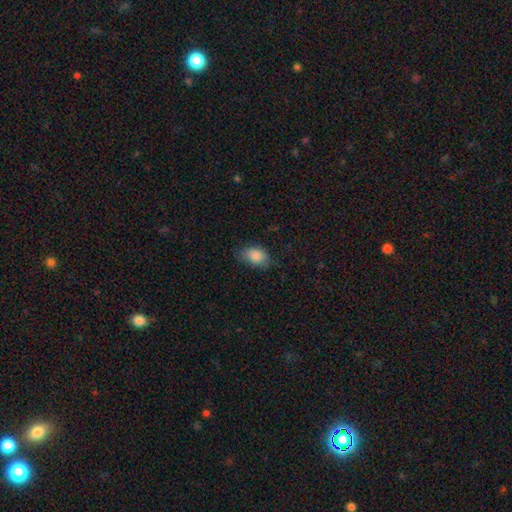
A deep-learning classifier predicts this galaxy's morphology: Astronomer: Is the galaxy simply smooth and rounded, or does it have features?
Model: smooth — 87%.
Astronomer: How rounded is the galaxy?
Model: in between — 83%.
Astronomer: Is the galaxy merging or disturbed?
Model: none — 72%.